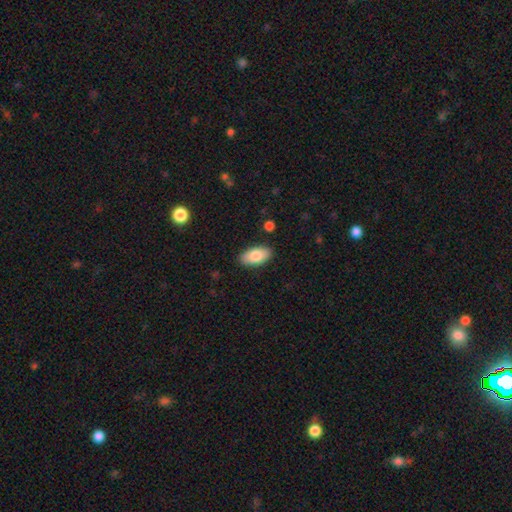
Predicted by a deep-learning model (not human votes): smooth-or-featured: smooth: 80% | featured or disk: 14% | star or artifact: 6%
  how-rounded: in between: 93% | cigar-shaped: 4% | round: 3%
  merging: none: 87% | minor disturbance: 10% | major disturbance: 2% | merger: 1%